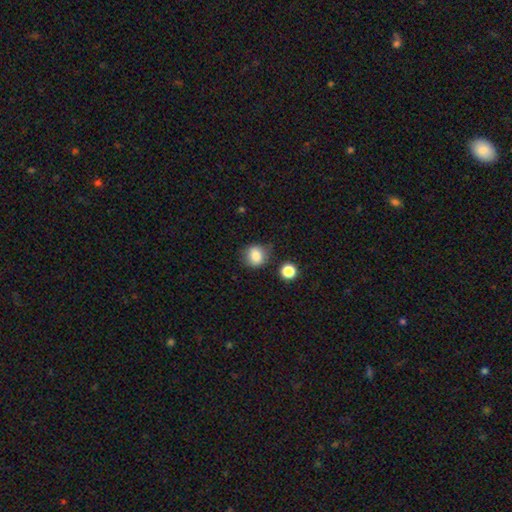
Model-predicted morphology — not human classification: smooth-or-featured: smooth: 84% | star or artifact: 10% | featured or disk: 7%
  how-rounded: round: 79% | in between: 20% | cigar-shaped: 1%
  merging: none: 74% | minor disturbance: 17% | major disturbance: 5% | merger: 5%